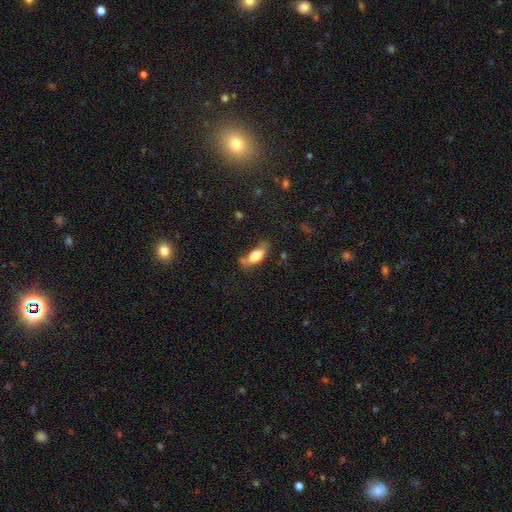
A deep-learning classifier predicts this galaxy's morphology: Overall: smooth (72%). How rounded: in between (79%). Merging: none (55%; minor disturbance 28%).